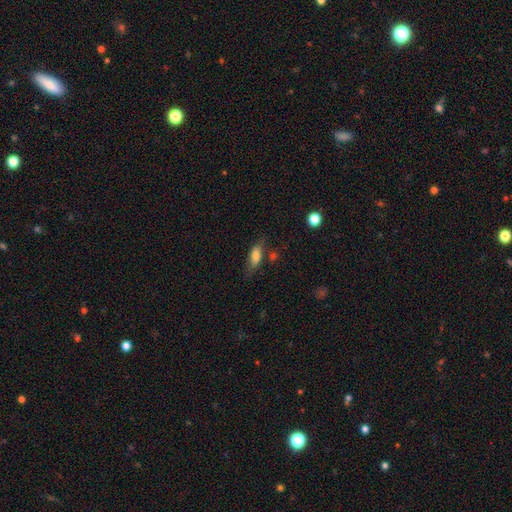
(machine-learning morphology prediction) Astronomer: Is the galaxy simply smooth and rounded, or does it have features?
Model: smooth — 75%.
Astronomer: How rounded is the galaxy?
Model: in between — 76%.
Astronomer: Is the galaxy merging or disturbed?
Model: none — 64%.